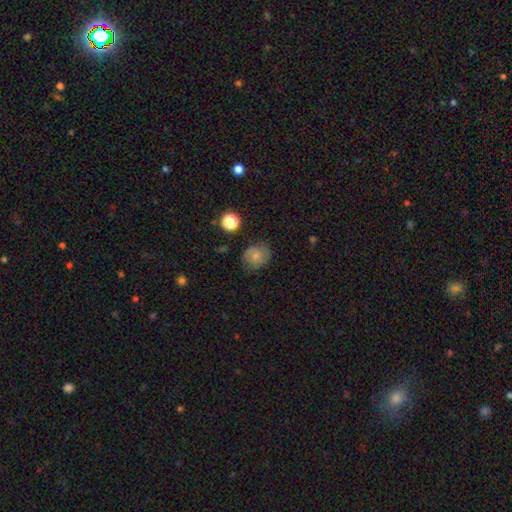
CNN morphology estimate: type=smooth (65%); roundness=round (64%); merging=none (70%).